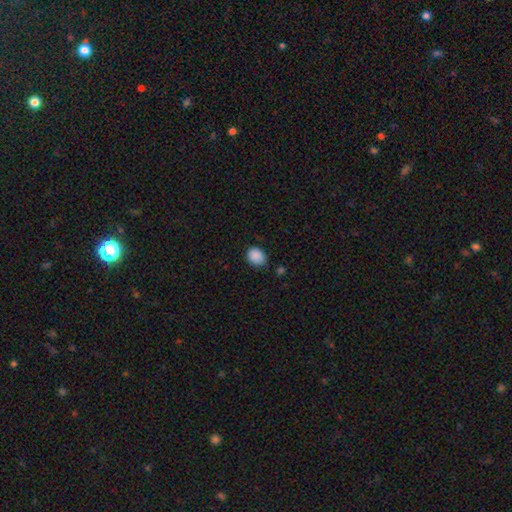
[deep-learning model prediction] smooth-or-featured: smooth: 89% | star or artifact: 8% | featured or disk: 3%
  how-rounded: in between: 57% | round: 42% | cigar-shaped: 1%
  merging: none: 77% | minor disturbance: 18% | major disturbance: 3% | merger: 2%